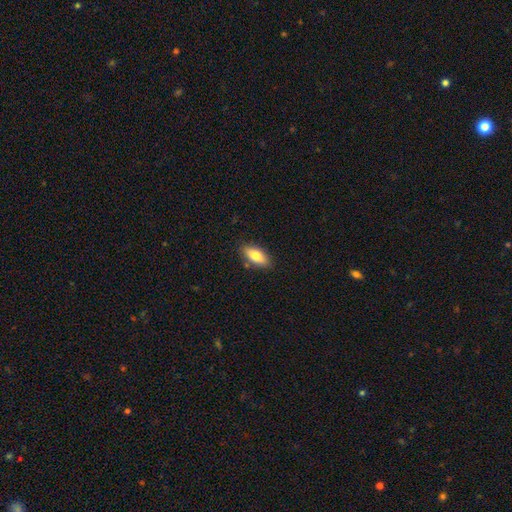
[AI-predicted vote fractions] The model was most divided on "smooth or featured": smooth: 79%, featured or disk: 14%, star or artifact: 6%. More confident: merging — none (84%); how rounded — in between (83%).